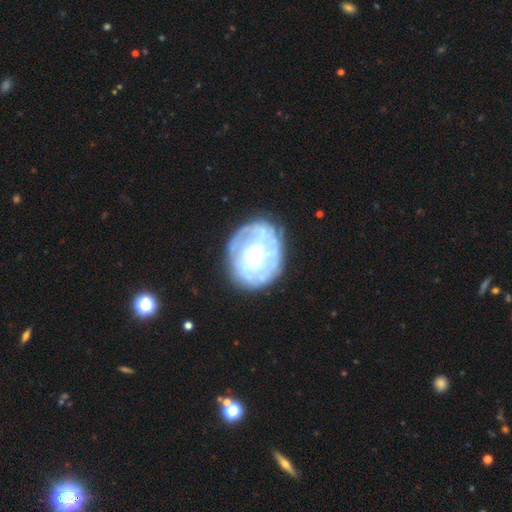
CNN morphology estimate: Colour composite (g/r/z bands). It shows a featured or disk galaxy (68%) with no bar (78%), no spiral arms (52%) and a moderate central bulge (60%). Merging: none (70%).